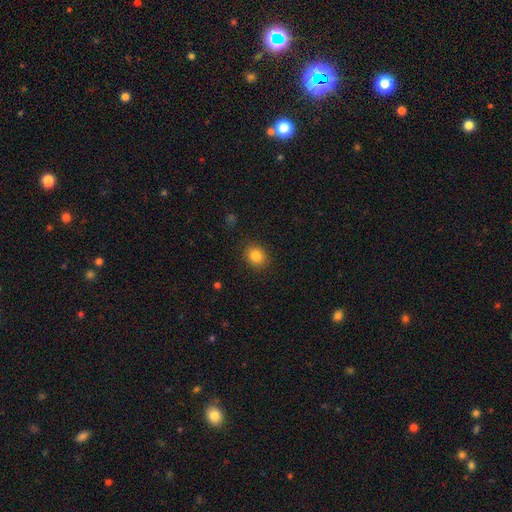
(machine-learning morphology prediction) Overall: smooth (84%). How rounded: round (64%; in between 36%). Merging: none (88%).